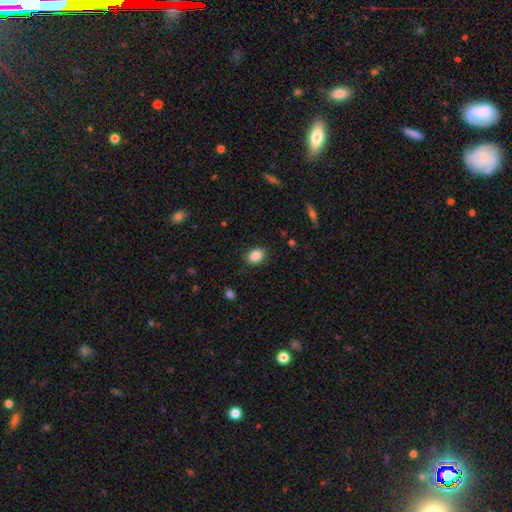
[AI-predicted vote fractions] Smooth or featured: smooth — 87% (star or artifact — 9%)
How rounded: in between — 69% (round — 29%)
Merging: none — 87% (minor disturbance — 10%)